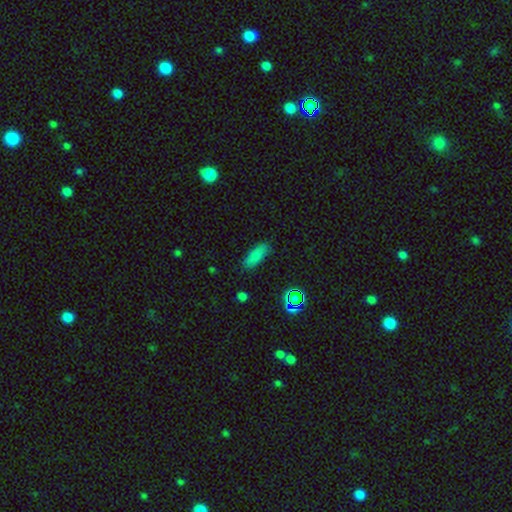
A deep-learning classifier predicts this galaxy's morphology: smooth-or-featured: smooth: 80% | star or artifact: 12% | featured or disk: 8%
  how-rounded: in between: 72% | cigar-shaped: 25% | round: 3%
  merging: none: 82% | minor disturbance: 13% | major disturbance: 3% | merger: 2%